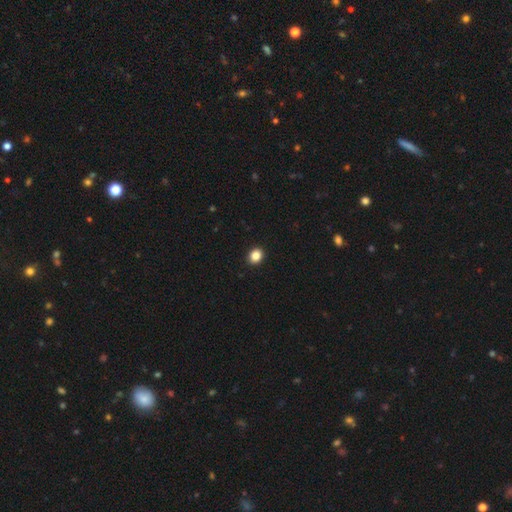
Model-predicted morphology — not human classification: A smooth galaxy with no disk features (86%) that is round (60%). Merging: none (92%).